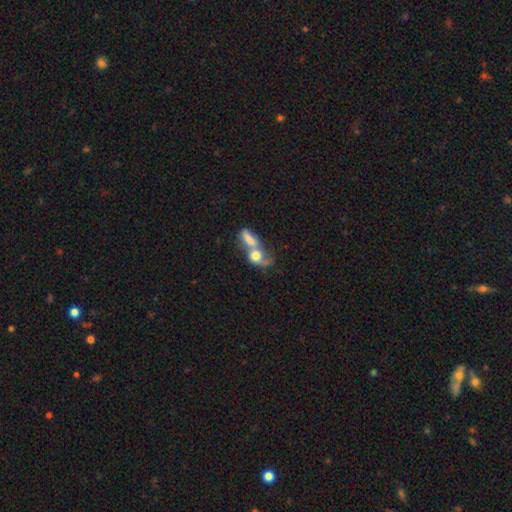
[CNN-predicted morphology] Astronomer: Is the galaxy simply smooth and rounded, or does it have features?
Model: smooth — 62%.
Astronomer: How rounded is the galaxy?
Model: in between — 59%.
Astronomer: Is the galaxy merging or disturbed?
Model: merger — 76%.